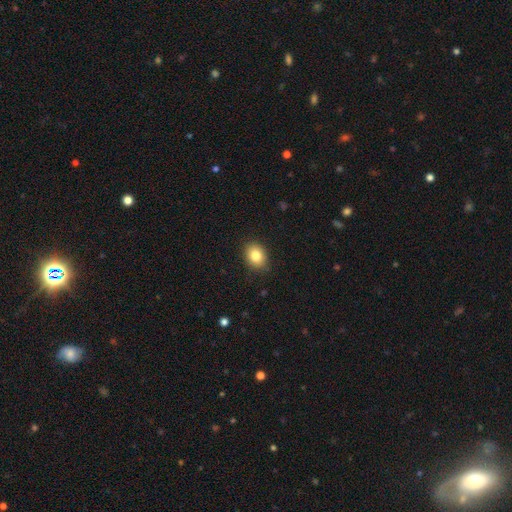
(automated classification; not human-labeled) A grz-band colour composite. It shows a smooth galaxy with no disk features (83%) that is in between round and cigar-shaped (56%). Merging: none (89%).